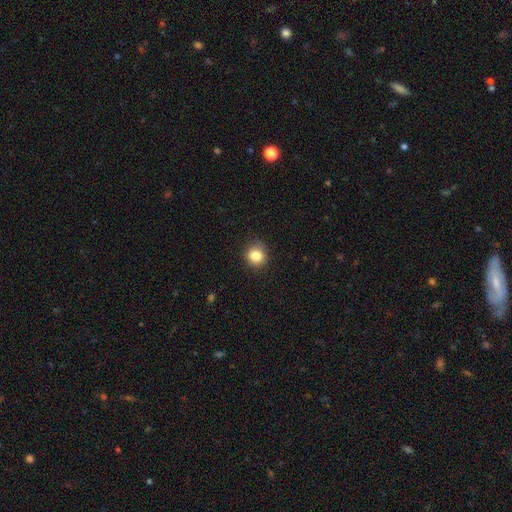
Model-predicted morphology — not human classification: This is clearly a smooth galaxy (84%). How rounded: clearly round (88%). Merging: clearly none (86%).